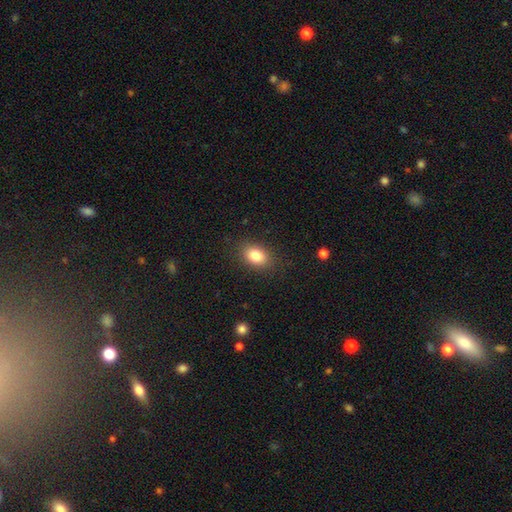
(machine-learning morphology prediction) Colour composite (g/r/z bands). It shows a smooth galaxy with no disk features (83%) that is in between round and cigar-shaped (78%). Merging: none (86%).